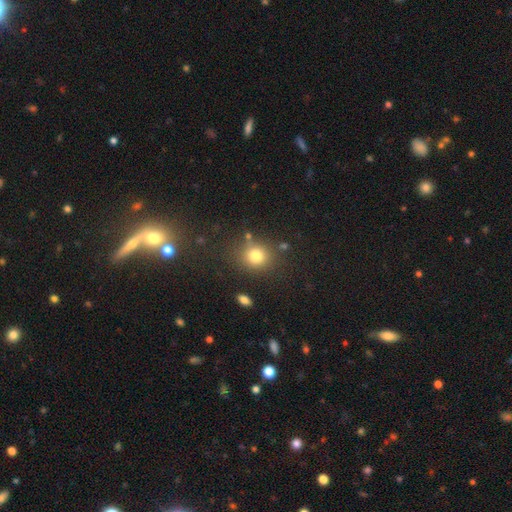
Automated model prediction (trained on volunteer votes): smooth 79%, star or artifact 13%, featured or disk 7%. Down the decision tree: how rounded — round (80%); merging — none (77%).